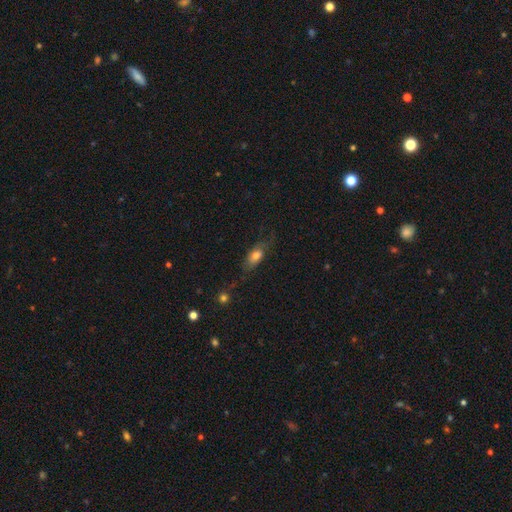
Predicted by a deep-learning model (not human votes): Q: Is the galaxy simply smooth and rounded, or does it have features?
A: smooth — 71%.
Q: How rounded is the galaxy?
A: in between — 80%.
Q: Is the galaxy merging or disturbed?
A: none — 57%.